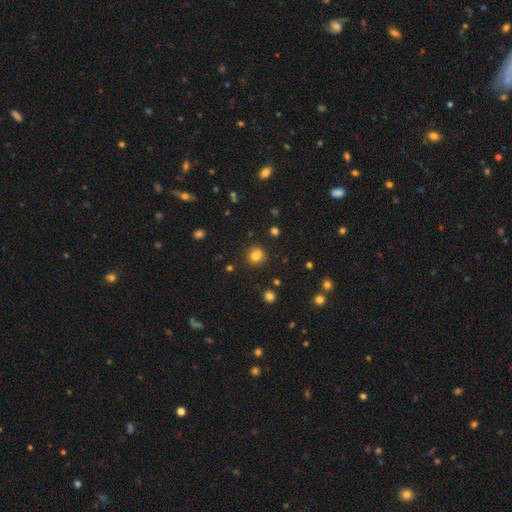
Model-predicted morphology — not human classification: The model was most divided on "merging": none: 74%, minor disturbance: 12%, merger: 10%, major disturbance: 3%. More confident: how rounded — round (82%); smooth or featured — smooth (78%).